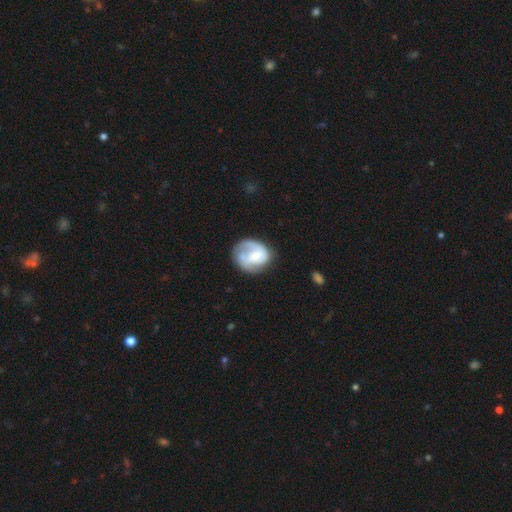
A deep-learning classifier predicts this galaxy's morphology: smooth-or-featured: featured or disk: 58% | smooth: 36% | star or artifact: 6%
  disk-edge-on: no: 98% | yes: 2%
    bar: weak: 42% | no: 41% | strong: 17%
    has-spiral-arms: yes: 68% | no: 32%
    bulge-size: small: 43% | moderate: 33% | none: 16% | large: 6% | dominant: 2%
  merging: none: 50% | minor disturbance: 25% | major disturbance: 20% | merger: 5%